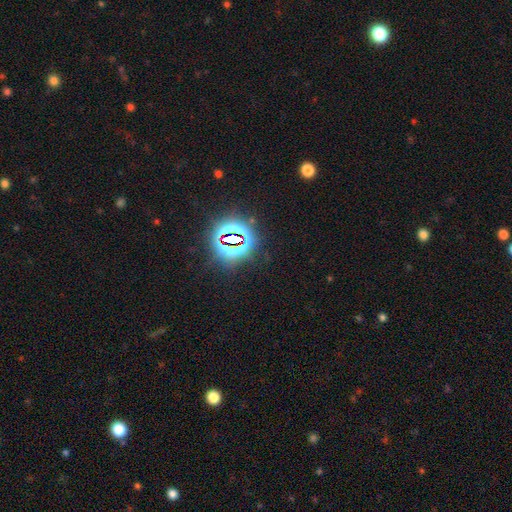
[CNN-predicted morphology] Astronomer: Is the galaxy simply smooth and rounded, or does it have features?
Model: star or artifact — 84%.